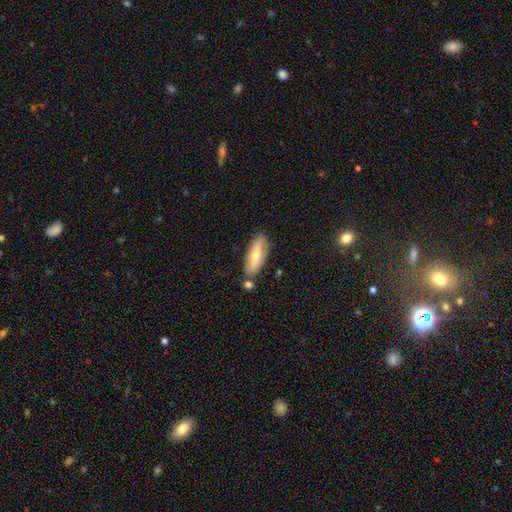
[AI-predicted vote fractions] Smooth or featured? Predicted: smooth (p=0.65). How rounded? Predicted: in between (p=0.70). Merging? Predicted: none (p=0.75).